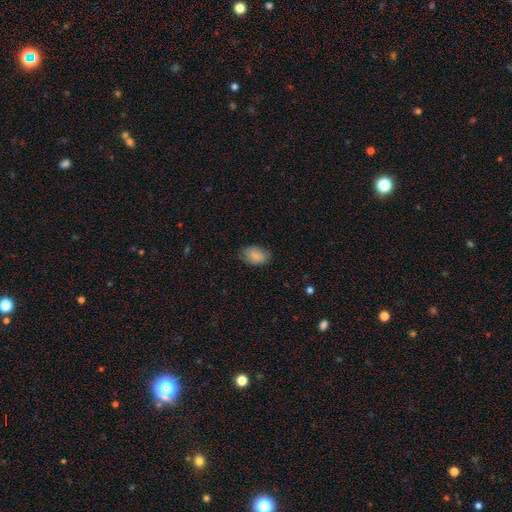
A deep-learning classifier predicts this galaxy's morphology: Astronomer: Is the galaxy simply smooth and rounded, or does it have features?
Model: smooth — 85%.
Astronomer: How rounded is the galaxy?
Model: in between — 86%.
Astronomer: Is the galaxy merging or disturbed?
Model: none — 75%.